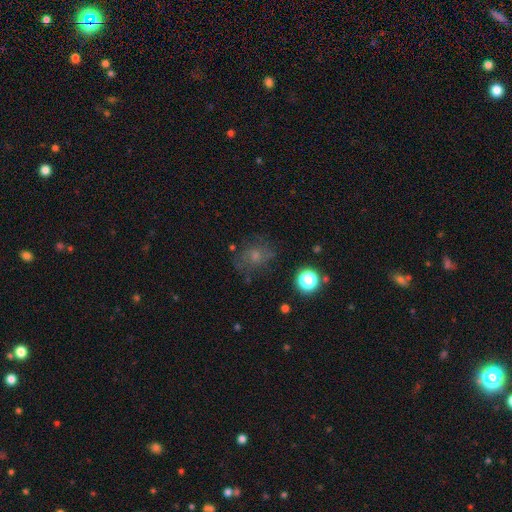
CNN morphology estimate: Q: Smooth or featured?
A: smooth (45%); runner-up: featured or disk (32%)
Q: Merging?
A: none (62%); runner-up: minor disturbance (21%)